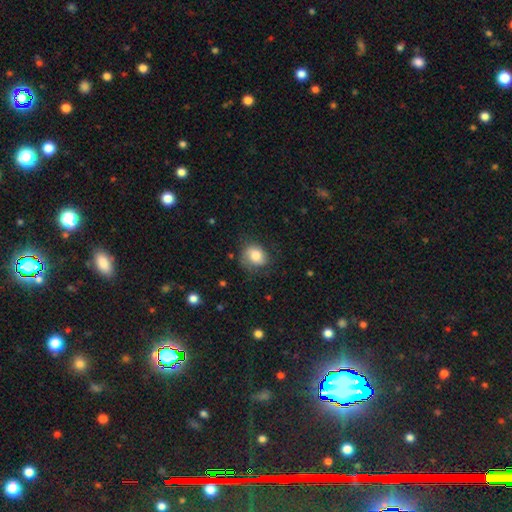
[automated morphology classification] A smooth galaxy with no disk features (75%) that is round (56%). Merging: none (65%).